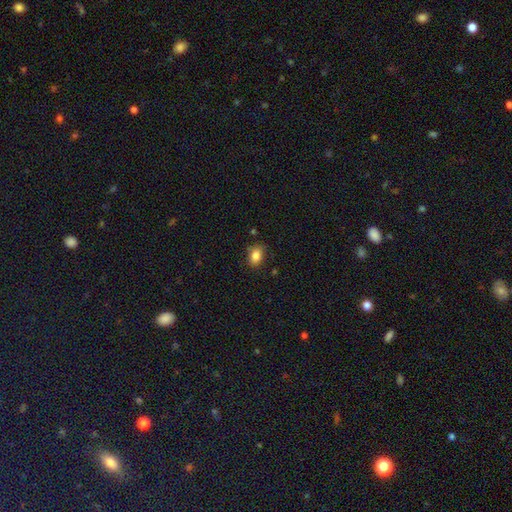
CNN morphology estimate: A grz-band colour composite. It shows a smooth galaxy with no disk features (85%) that is in between round and cigar-shaped (68%). Merging: none (79%).